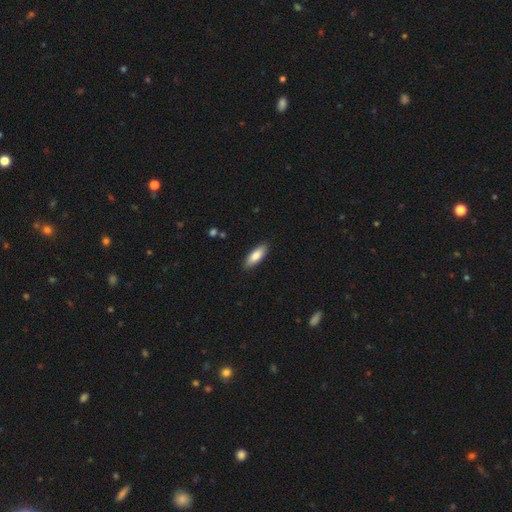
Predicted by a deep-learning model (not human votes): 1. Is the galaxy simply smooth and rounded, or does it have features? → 82% smooth, 12% featured or disk, 6% star or artifact.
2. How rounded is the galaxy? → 65% in between, 33% cigar-shaped, 2% round.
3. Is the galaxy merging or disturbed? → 89% none, 8% minor disturbance, 2% major disturbance, 1% merger.